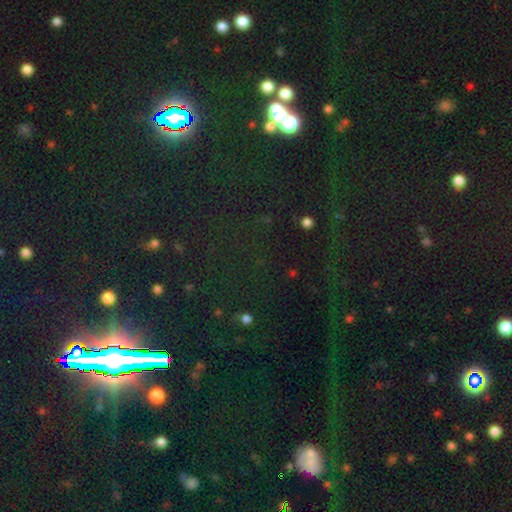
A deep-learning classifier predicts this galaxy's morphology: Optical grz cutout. It shows a star or artifact, not a galaxy (79%).